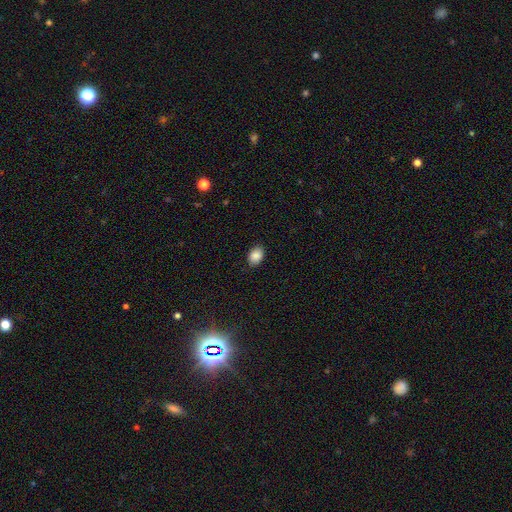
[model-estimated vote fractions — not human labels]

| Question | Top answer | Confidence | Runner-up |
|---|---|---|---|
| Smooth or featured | smooth | 89% | star or artifact (8%) |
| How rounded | in between | 80% | round (19%) |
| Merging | none | 87% | minor disturbance (9%) |